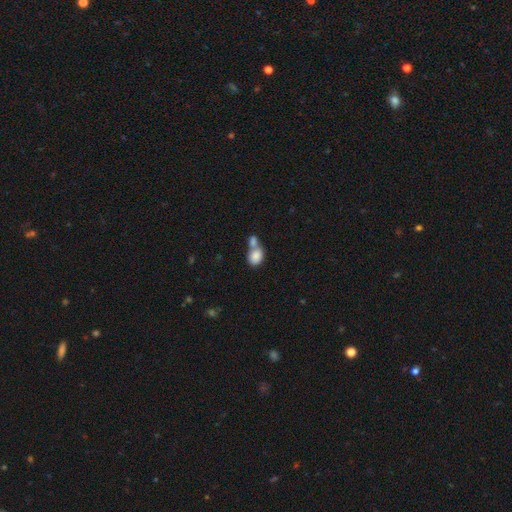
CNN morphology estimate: smooth_or_featured: smooth (p=0.84) [alt: featured or disk p=0.09]
how_rounded: in between (p=0.66) [alt: round p=0.33]
merging: merger (p=0.63) [alt: none p=0.25]